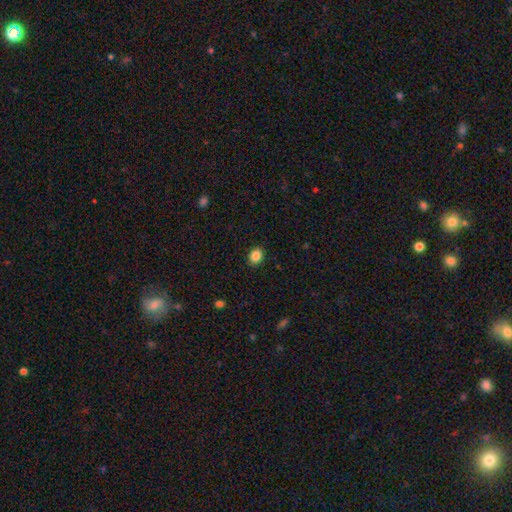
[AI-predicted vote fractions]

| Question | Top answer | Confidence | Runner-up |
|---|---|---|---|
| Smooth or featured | smooth | 87% | star or artifact (9%) |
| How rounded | in between | 50% | round (49%) |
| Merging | none | 89% | minor disturbance (7%) |